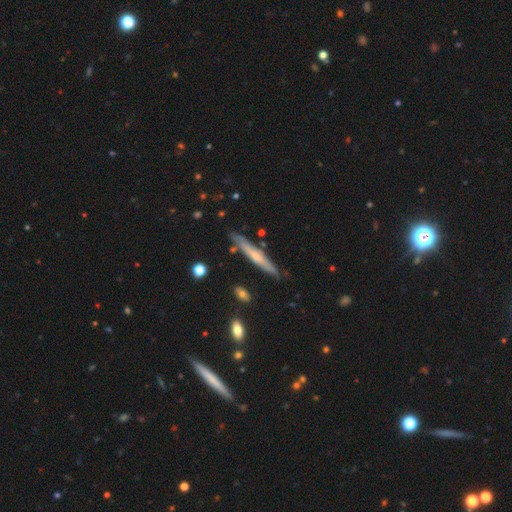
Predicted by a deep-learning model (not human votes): Smooth or featured: featured or disk — 54% (smooth — 40%)
Edge-on disk: yes — 89% (no — 11%)
Merging: none — 81% (minor disturbance — 14%)